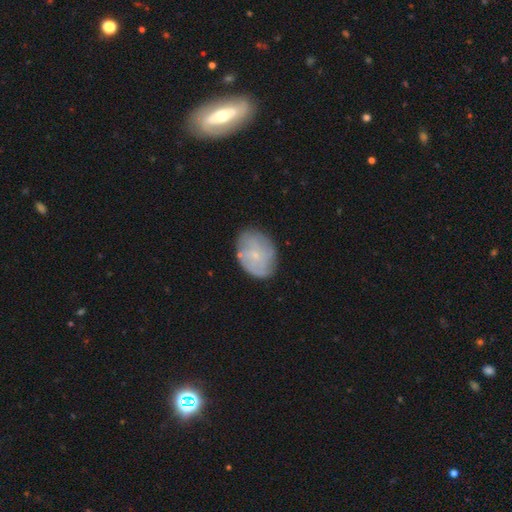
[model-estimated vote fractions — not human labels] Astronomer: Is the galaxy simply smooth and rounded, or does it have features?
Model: featured or disk — 52% (runner-up: smooth, 41%).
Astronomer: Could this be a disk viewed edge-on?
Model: no — 97%.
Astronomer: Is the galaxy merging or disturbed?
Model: none — 74%.